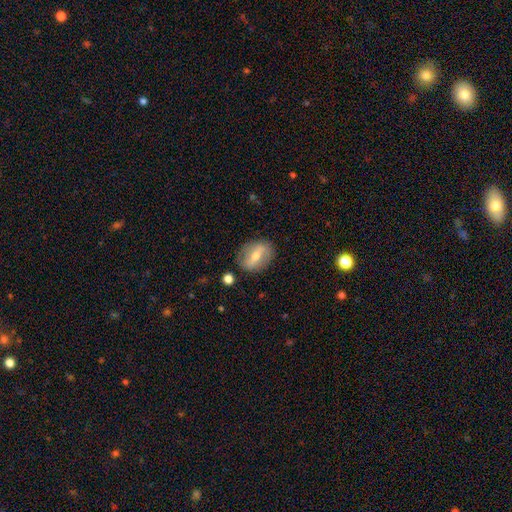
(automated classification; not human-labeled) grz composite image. It shows a featured or disk galaxy (52%). Merging: none (84%).